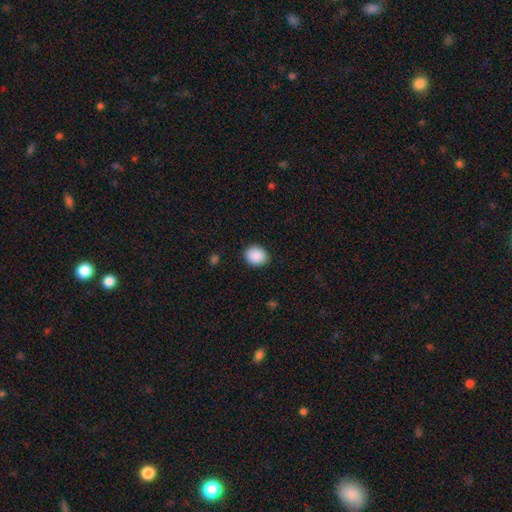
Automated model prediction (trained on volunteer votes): This appears to be a smooth galaxy with no disk features (90%) that is round (67%). Merging: none (89%).